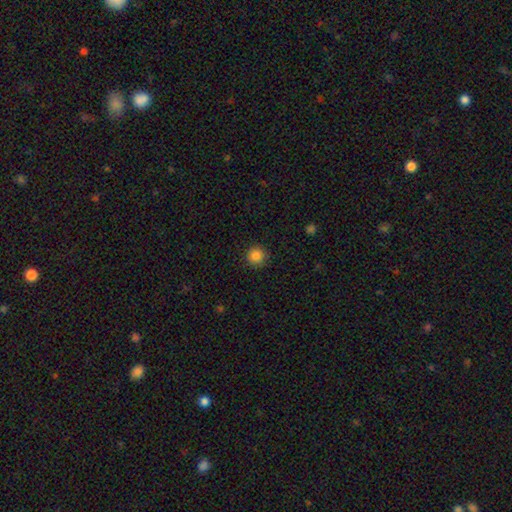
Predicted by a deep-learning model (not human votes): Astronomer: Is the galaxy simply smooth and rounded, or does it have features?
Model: smooth — 86%.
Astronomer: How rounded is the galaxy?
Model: round — 95%.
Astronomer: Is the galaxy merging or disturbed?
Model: none — 90%.